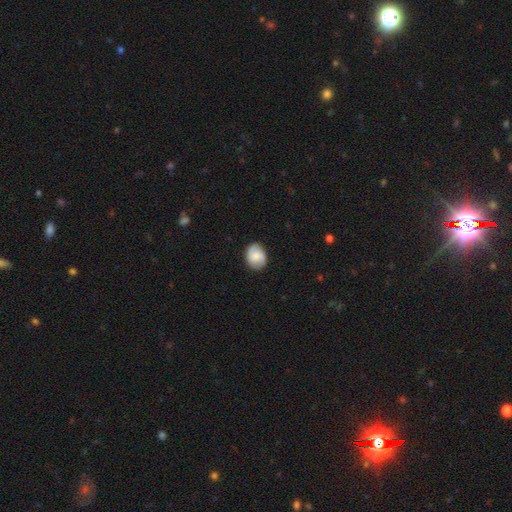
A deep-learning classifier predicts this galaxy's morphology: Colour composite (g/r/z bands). It shows a smooth galaxy with no disk features (64%) that is in between round and cigar-shaped (52%). Merging: none (82%).